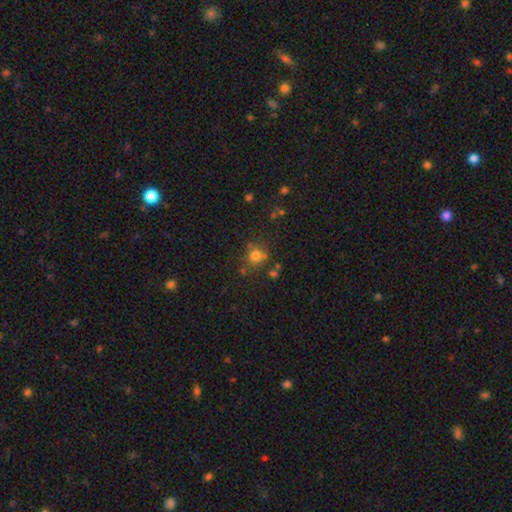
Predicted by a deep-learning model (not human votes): smooth-or-featured: smooth: 71% | star or artifact: 19% | featured or disk: 10%
  how-rounded: round: 83% | in between: 16% | cigar-shaped: 1%
  merging: none: 68% | minor disturbance: 14% | merger: 12% | major disturbance: 6%